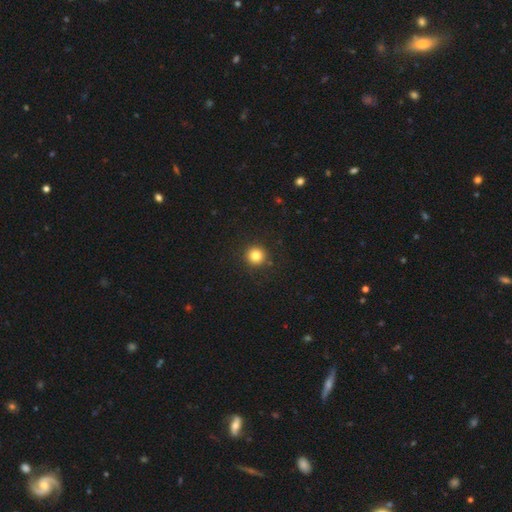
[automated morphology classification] Smooth or featured? smooth (82%)
How rounded? round (95%)
Merging? none (91%)